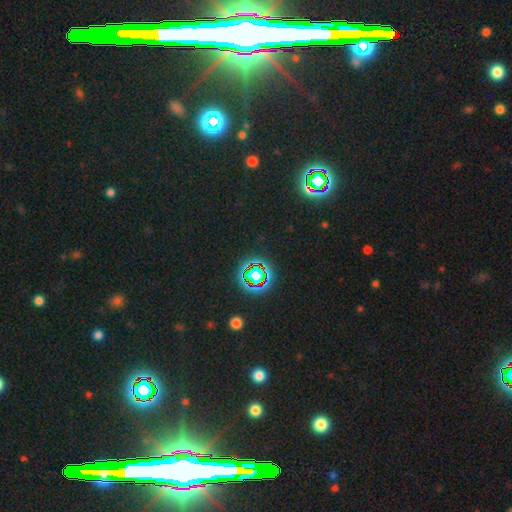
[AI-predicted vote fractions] star or artifact 80%, smooth 12%, featured or disk 8%.